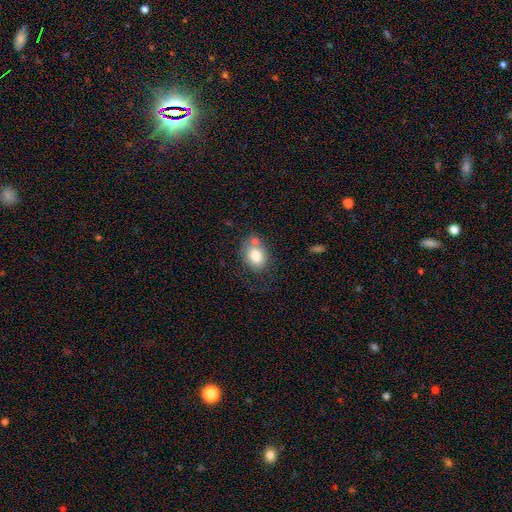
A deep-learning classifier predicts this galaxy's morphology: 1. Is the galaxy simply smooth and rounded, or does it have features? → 80% smooth, 13% featured or disk, 8% star or artifact.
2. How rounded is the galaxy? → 70% in between, 29% round, 1% cigar-shaped.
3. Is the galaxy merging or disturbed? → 51% none, 22% minor disturbance, 17% merger, 10% major disturbance.